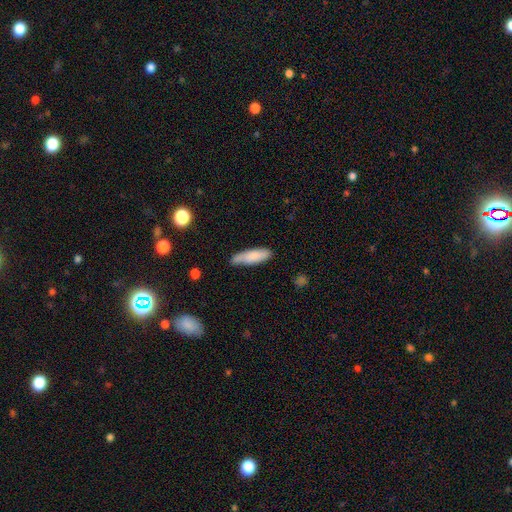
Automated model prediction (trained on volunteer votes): The model was most divided on "how rounded": cigar-shaped: 59%, in between: 39%, round: 2%. More confident: smooth or featured — smooth (74%); merging — none (73%).